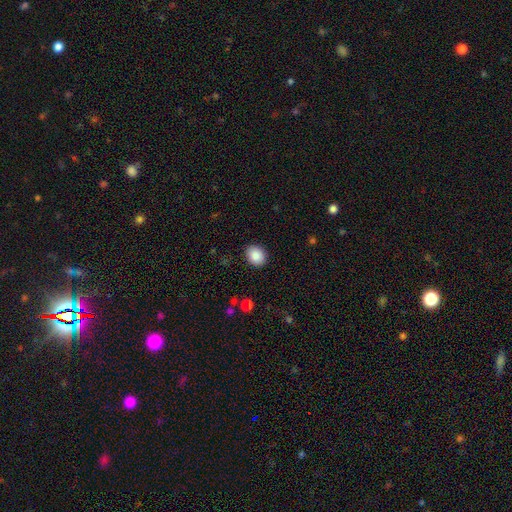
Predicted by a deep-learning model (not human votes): smooth 88%, star or artifact 8%, featured or disk 4%. Down the decision tree: how rounded — round (54%); merging — none (89%).